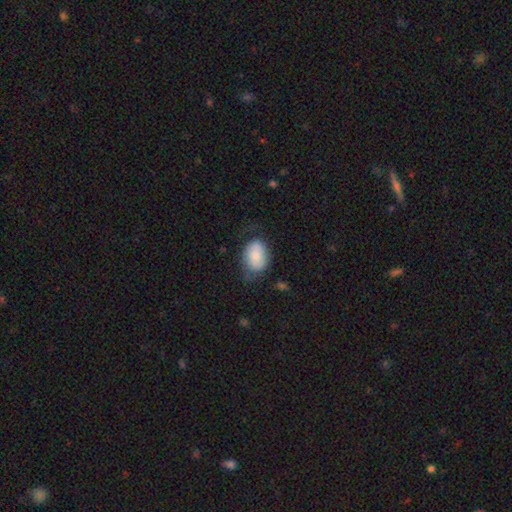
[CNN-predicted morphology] This is likely a smooth galaxy (73%). How rounded: likely in between (78%). Merging: possibly none (56%).